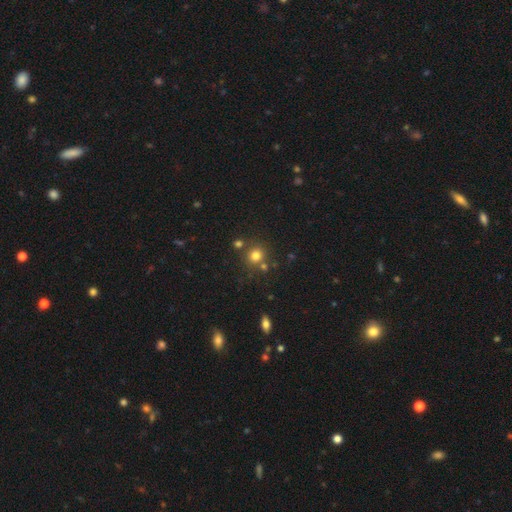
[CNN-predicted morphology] smooth_or_featured: smooth (p=0.76) [alt: star or artifact p=0.16]
how_rounded: round (p=0.87) [alt: in between p=0.12]
merging: none (p=0.72) [alt: merger p=0.15]